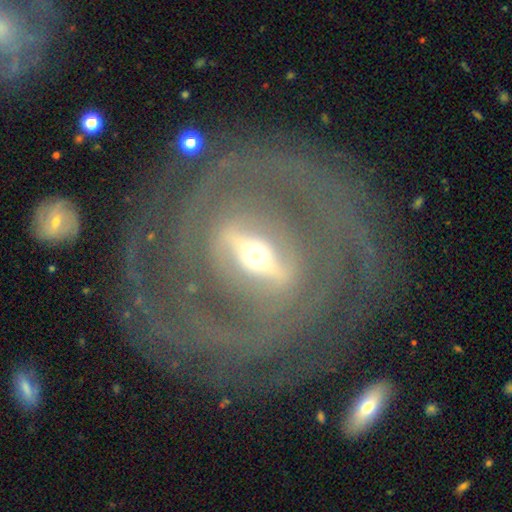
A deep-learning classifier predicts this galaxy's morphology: Smooth or featured? featured or disk (89%)
Edge-on disk? no (90%)
Bar? strong (70%)
Spiral arms? yes (86%)
Spiral winding? tight (70%)
Spiral arm count? can't tell (34%)
Bulge size? small (51%)
Merging? none (74%)